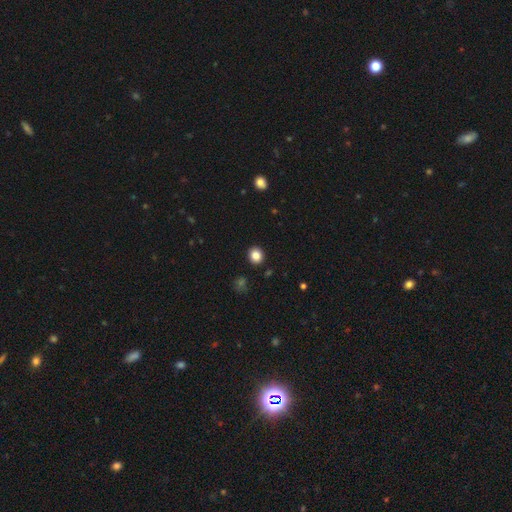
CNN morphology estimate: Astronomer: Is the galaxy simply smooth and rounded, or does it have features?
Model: smooth — 84%.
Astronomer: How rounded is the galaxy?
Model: round — 81%.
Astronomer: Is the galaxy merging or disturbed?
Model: none — 91%.